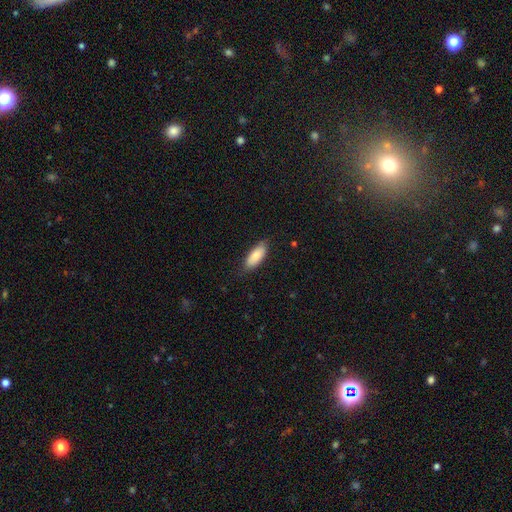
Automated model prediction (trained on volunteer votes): smooth_or_featured: smooth (p=0.83) [alt: featured or disk p=0.11]
how_rounded: in between (p=0.81) [alt: cigar-shaped p=0.17]
merging: none (p=0.81) [alt: minor disturbance p=0.16]